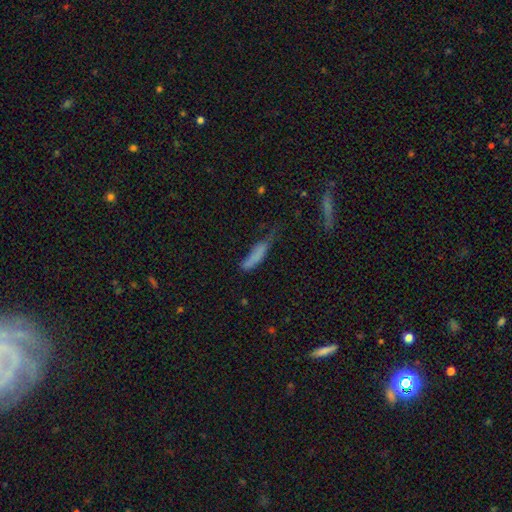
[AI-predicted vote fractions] This appears to be a smooth galaxy with no disk features (74%) that is cigar-shaped (76%). Merging: none (36%, tied with minor disturbance).